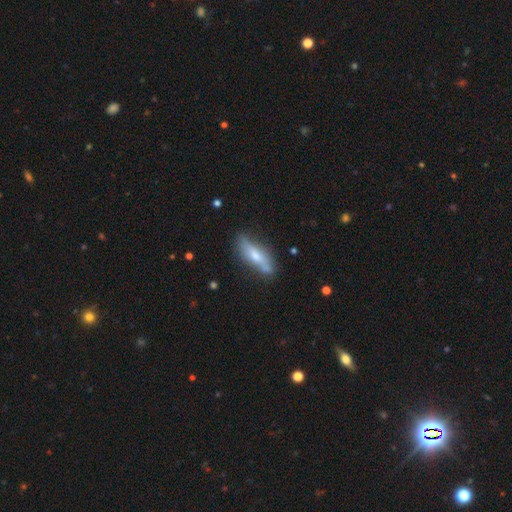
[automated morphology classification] Smooth or featured: smooth — 51% (featured or disk — 43%)
How rounded: cigar-shaped — 59% (in between — 39%)
Merging: none — 69% (minor disturbance — 21%)